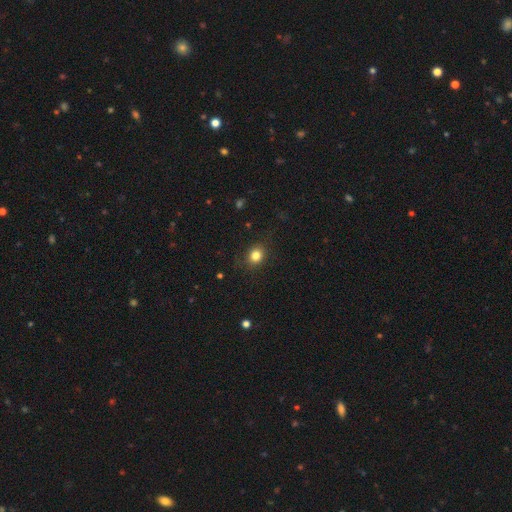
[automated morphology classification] smooth-or-featured: smooth: 82% | star or artifact: 12% | featured or disk: 6%
  how-rounded: round: 69% | in between: 30% | cigar-shaped: 1%
  merging: none: 84% | minor disturbance: 11% | major disturbance: 4% | merger: 1%